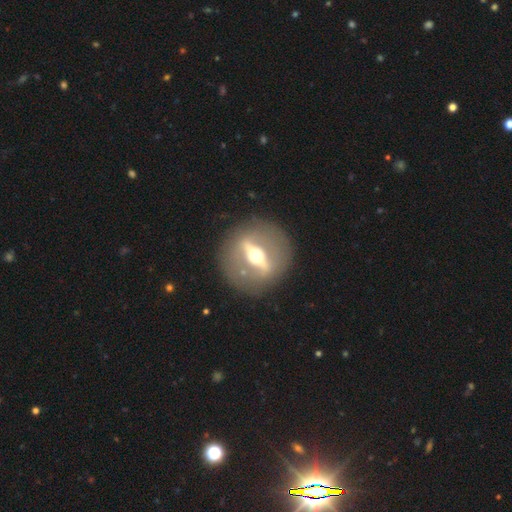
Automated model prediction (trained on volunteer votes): featured or disk 82%, smooth 12%, star or artifact 6%. Down the decision tree: edge-on disk — yes (52%); merging — none (86%).